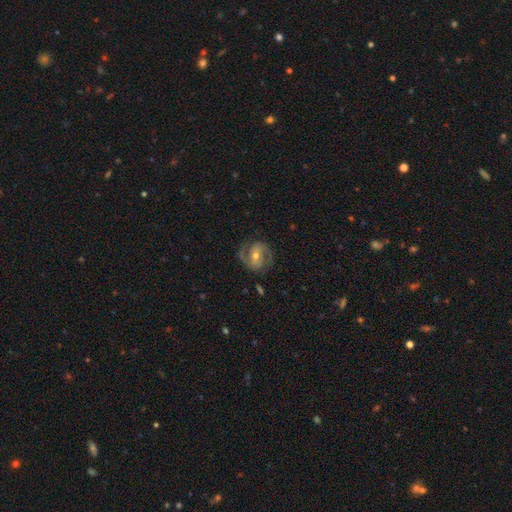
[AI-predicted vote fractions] This appears to be a featured or disk galaxy (85%) with no bar (41%), 2 (91%) medium (55%) spiral arms (95%) and a moderate central bulge (62%). Merging: none (79%).